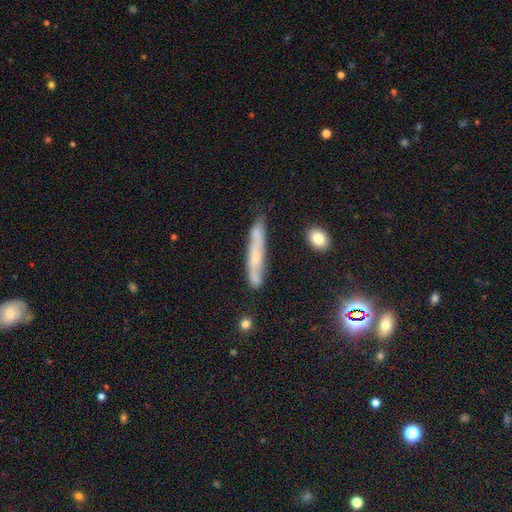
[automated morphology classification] A featured or disk galaxy (50%). Merging: none (68%).